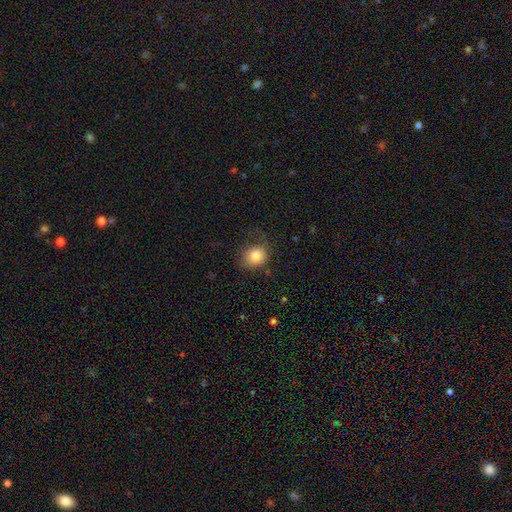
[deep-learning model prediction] Morphology: type=smooth (83%); roundness=round (70%); merging=none (69%).